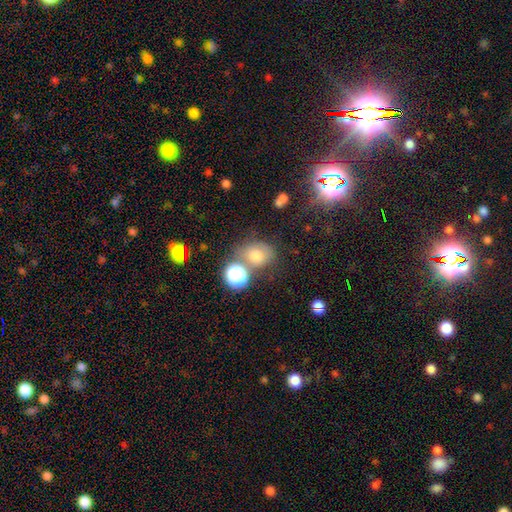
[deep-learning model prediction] smooth_or_featured: smooth (p=0.66) [alt: star or artifact p=0.20]
how_rounded: round (p=0.52) [alt: in between p=0.47]
merging: none (p=0.58) [alt: merger p=0.18]